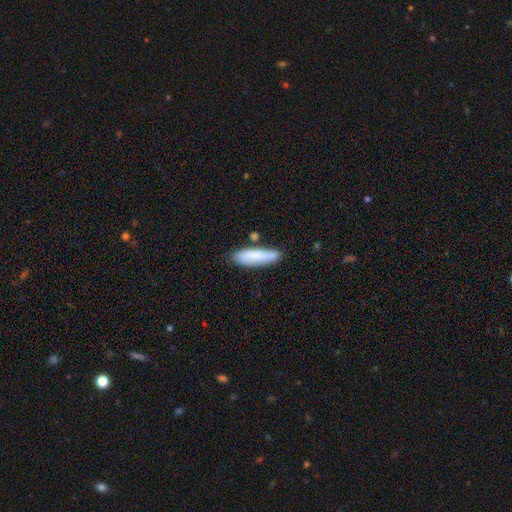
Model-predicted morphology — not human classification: Overall: smooth (80%). How rounded: cigar-shaped (60%; in between 38%). Merging: none (73%).